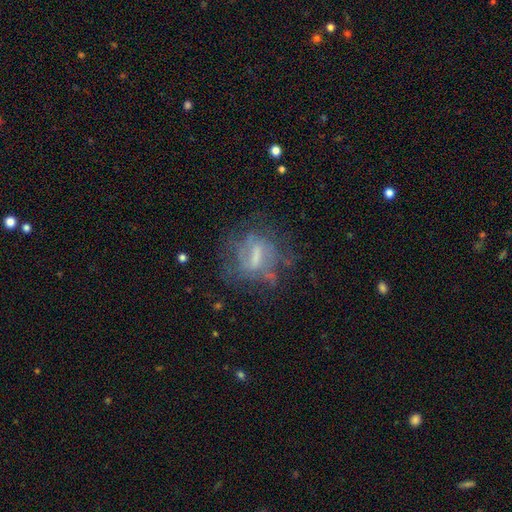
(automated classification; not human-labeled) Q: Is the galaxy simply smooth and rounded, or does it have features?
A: featured or disk — 63%.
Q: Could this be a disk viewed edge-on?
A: no — 91%.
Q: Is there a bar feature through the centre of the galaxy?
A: strong — 42%.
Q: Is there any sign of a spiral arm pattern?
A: no — 51%.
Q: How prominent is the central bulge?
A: none — 34%.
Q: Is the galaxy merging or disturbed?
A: none — 57%.